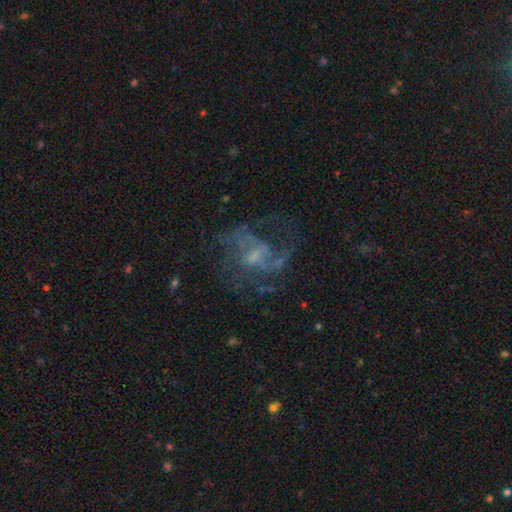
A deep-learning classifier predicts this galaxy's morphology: Smooth or featured? featured or disk (73%)
Edge-on disk? no (98%)
Bar? no (53%)
Spiral arms? yes (71%)
Spiral winding? loose (44%)
Spiral arm count? can't tell (34%)
Bulge size? small (38%)
Merging? none (48%)